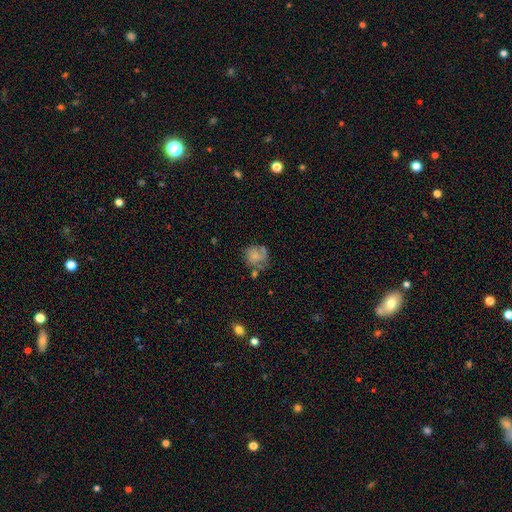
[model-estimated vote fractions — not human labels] The model was most divided on "smooth or featured": smooth: 52%, featured or disk: 39%, star or artifact: 9%. More confident: how rounded — round (73%); merging — none (50%).